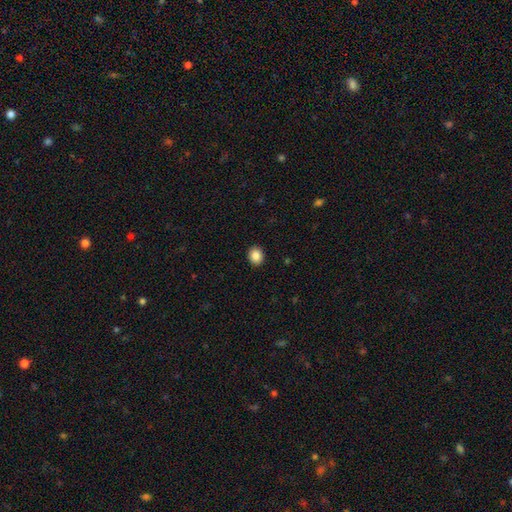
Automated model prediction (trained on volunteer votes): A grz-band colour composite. It shows a smooth galaxy with no disk features (87%) that is round (67%). Merging: none (92%).